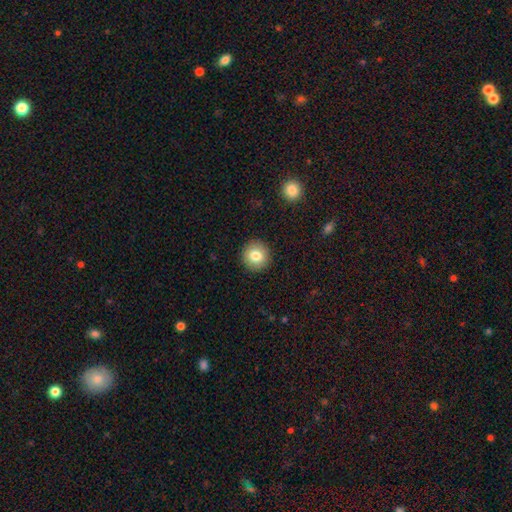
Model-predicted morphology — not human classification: Overall: smooth (80%). How rounded: round (94%). Merging: none (92%).